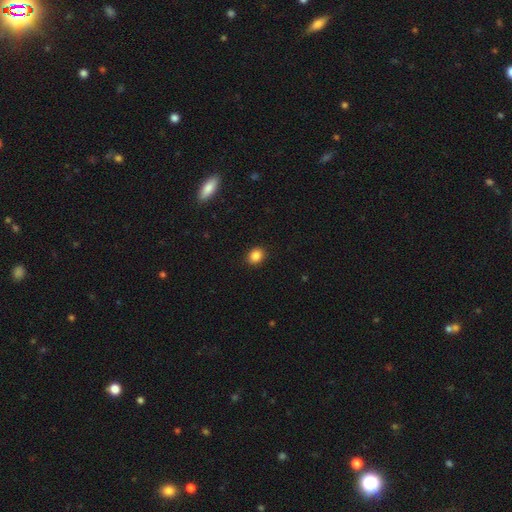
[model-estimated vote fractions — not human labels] Morphology: type=smooth (87%); roundness=round (59%); merging=none (91%).